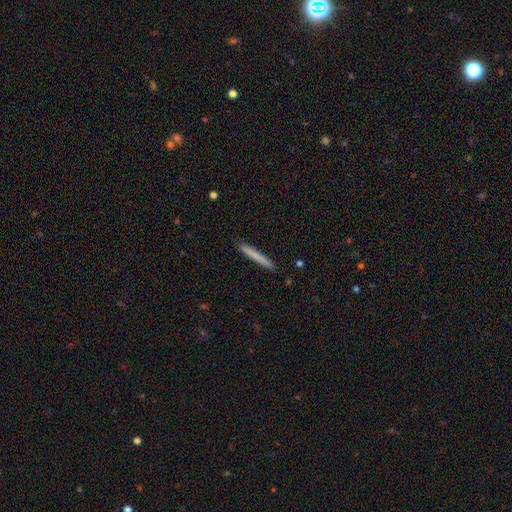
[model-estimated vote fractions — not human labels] Smooth or featured? smooth (75%)
How rounded? cigar-shaped (97%)
Merging? none (91%)